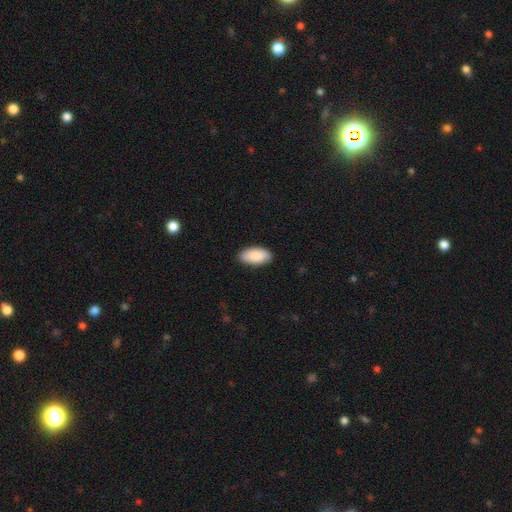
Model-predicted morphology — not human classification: Q: Smooth or featured?
A: smooth (88%); runner-up: featured or disk (7%)
Q: How rounded?
A: in between (95%); runner-up: cigar-shaped (3%)
Q: Merging?
A: none (88%); runner-up: minor disturbance (9%)